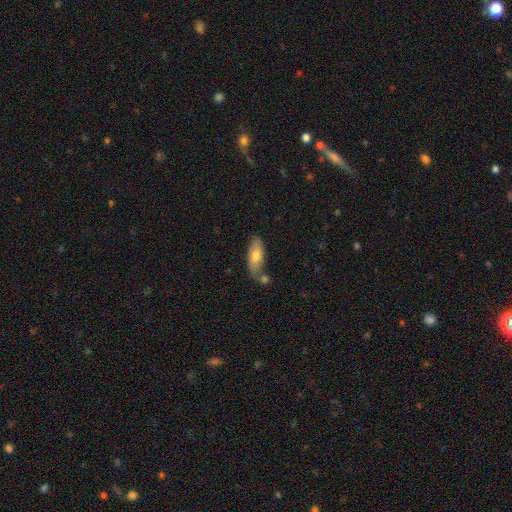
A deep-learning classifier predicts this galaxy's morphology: This appears to be a smooth galaxy with no disk features (72%) that is in between round and cigar-shaped (72%). Merging: none (63%).